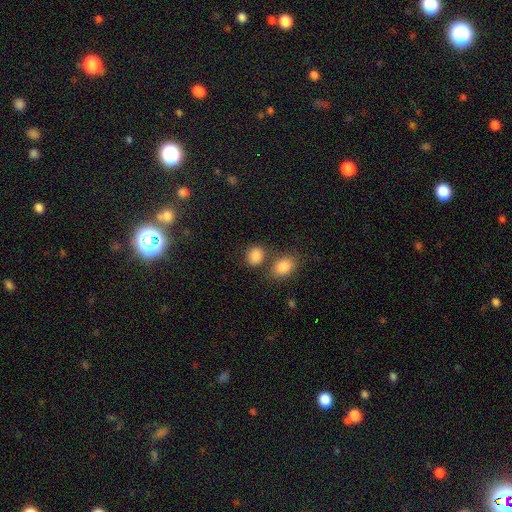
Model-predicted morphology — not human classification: Q: Smooth or featured?
A: smooth (85%); runner-up: star or artifact (9%)
Q: How rounded?
A: round (50%); runner-up: in between (49%)
Q: Merging?
A: none (63%); runner-up: merger (21%)